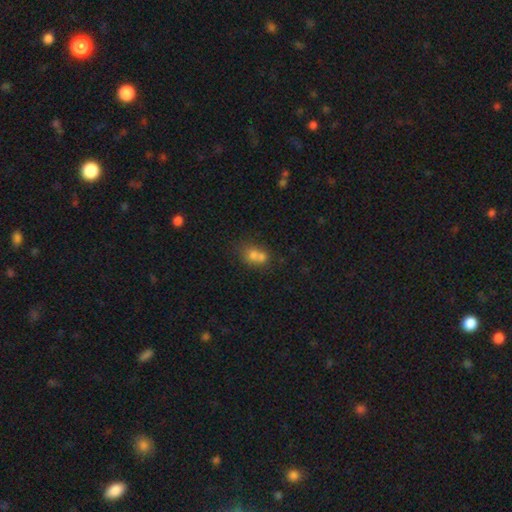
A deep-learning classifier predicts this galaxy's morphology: Overall: smooth (69%). How rounded: round (54%; in between 44%). Merging: merger (58%; none 28%).